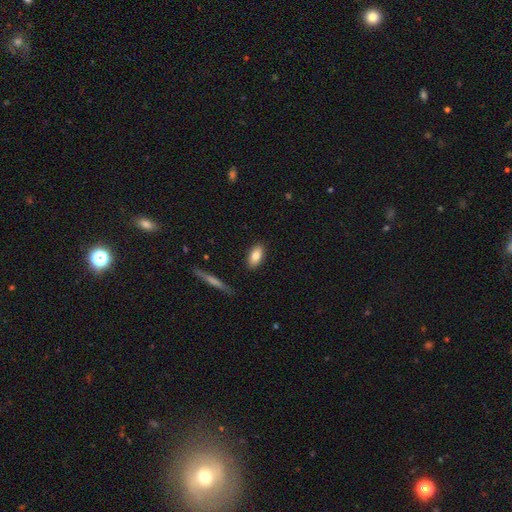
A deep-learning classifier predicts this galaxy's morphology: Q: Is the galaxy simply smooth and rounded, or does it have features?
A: smooth — 82%.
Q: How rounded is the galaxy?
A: in between — 88%.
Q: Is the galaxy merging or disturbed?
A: none — 88%.